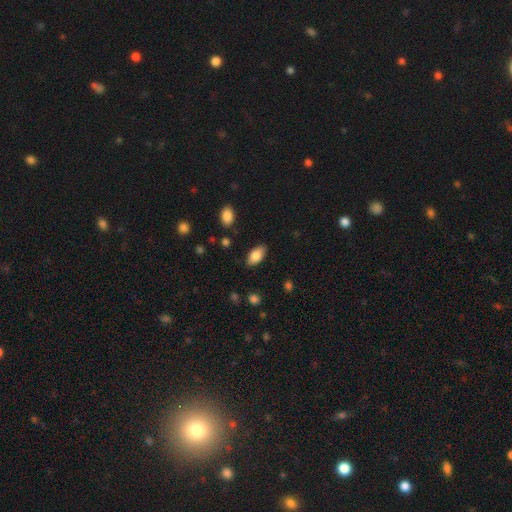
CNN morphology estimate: This is clearly a smooth galaxy (83%). How rounded: clearly in between (93%). Merging: clearly none (84%).